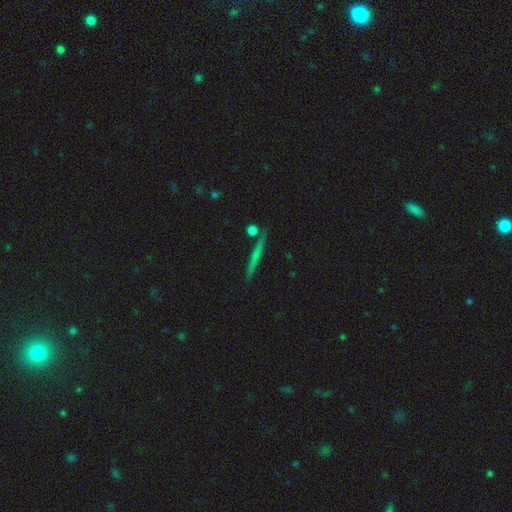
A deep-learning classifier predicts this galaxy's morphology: Overall: featured or disk (48%; smooth 43%). Merging: none (86%).